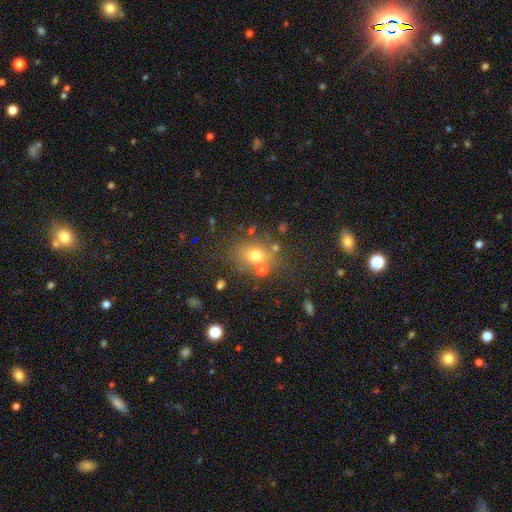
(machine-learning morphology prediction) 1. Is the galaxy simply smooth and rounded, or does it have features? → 67% smooth, 18% star or artifact, 15% featured or disk.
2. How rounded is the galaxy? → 53% round, 45% in between, 1% cigar-shaped.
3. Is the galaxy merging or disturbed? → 67% none, 14% minor disturbance, 13% merger, 6% major disturbance.